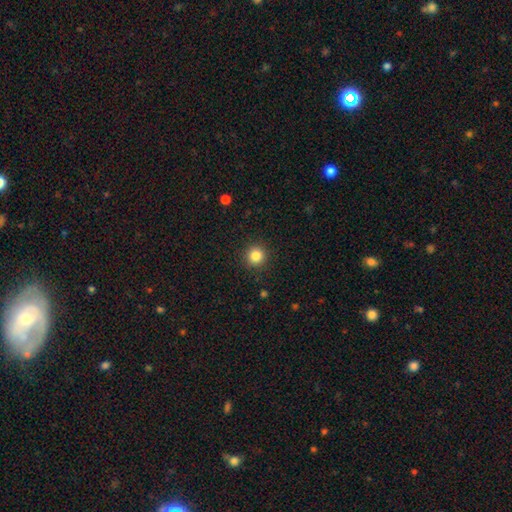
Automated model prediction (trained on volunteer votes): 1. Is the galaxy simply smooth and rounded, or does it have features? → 84% smooth, 11% star or artifact, 4% featured or disk.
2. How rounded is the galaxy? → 95% round, 4% in between, 1% cigar-shaped.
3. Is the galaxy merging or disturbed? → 92% none, 5% minor disturbance, 2% major disturbance, 1% merger.